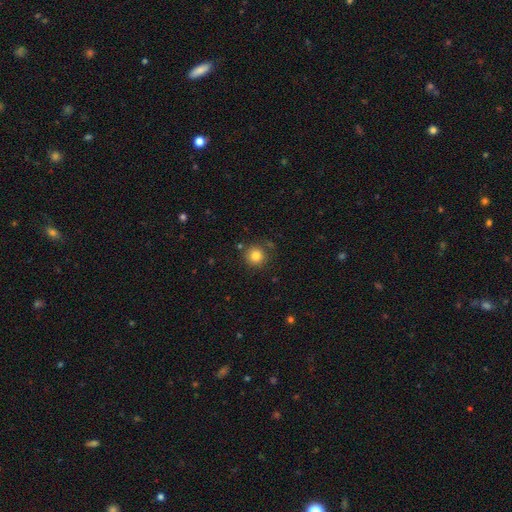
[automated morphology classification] This is clearly a smooth galaxy (82%). How rounded: clearly round (94%). Merging: clearly none (84%).